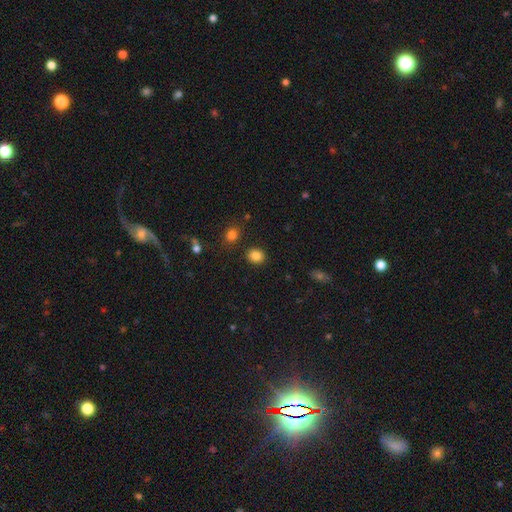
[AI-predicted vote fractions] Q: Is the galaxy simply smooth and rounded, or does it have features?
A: smooth — 85%.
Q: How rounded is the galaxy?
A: round — 65%.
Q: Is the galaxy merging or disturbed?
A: none — 87%.